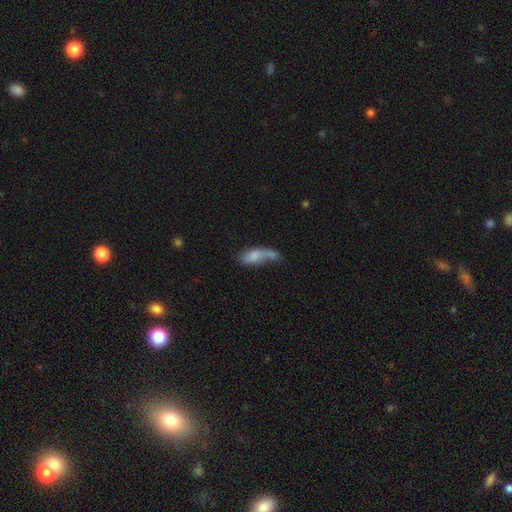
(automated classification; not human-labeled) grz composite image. It shows a smooth galaxy with no disk features (69%) that is in between round and cigar-shaped (73%). Merging: merger (42%).